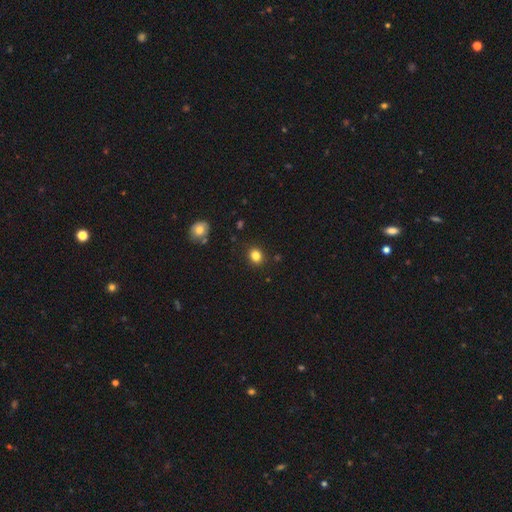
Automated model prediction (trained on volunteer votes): Smooth or featured: smooth — 83% (star or artifact — 12%)
How rounded: round — 67% (in between — 32%)
Merging: none — 89% (minor disturbance — 7%)